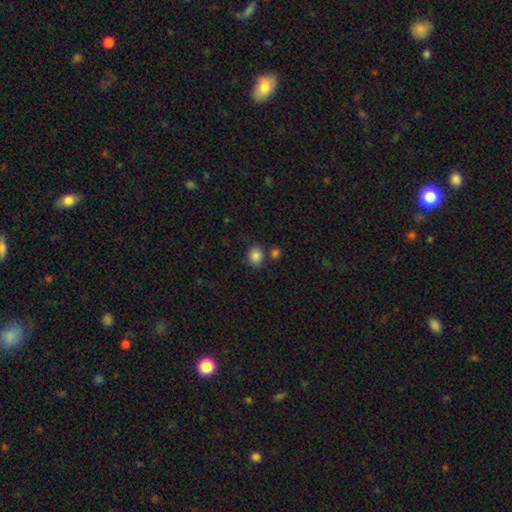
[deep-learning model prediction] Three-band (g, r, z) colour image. It shows a smooth galaxy with no disk features (86%) that is round (72%). Merging: none (75%).